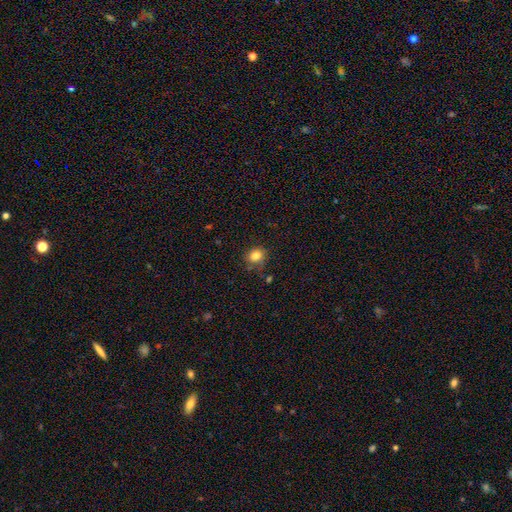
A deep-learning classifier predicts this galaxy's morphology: Smooth or featured? Predicted: smooth (p=0.83). How rounded? Predicted: round (p=0.69). Merging? Predicted: none (p=0.75).